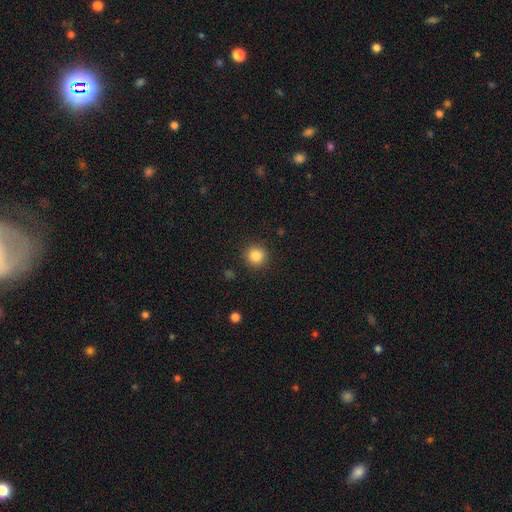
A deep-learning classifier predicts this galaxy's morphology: Overall: smooth (85%). How rounded: round (93%). Merging: none (91%).